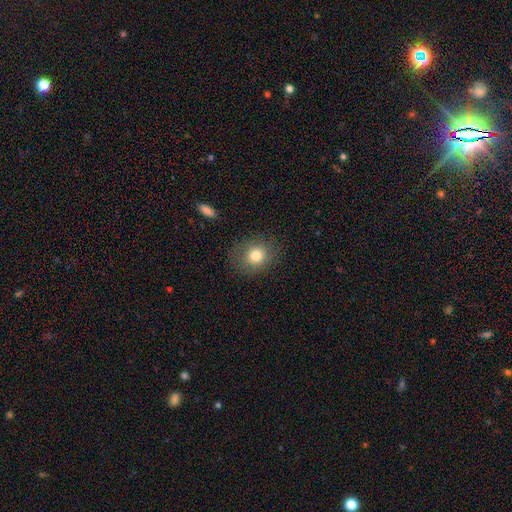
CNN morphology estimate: Smooth or featured?
  - smooth: 79% *
  - featured or disk: 11%
  - star or artifact: 10%
How rounded?
  - round: 62% *
  - in between: 37%
  - cigar-shaped: 1%
Merging?
  - none: 82% *
  - minor disturbance: 12%
  - major disturbance: 5%
  - merger: 1%